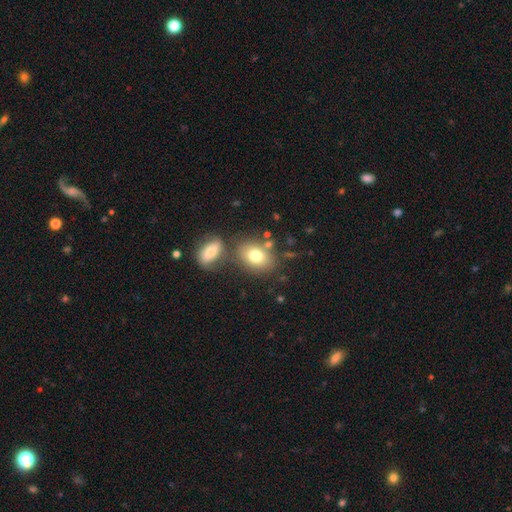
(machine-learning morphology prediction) smooth_or_featured: smooth (p=0.76) [alt: featured or disk p=0.15]
how_rounded: in between (p=0.70) [alt: round p=0.29]
merging: none (p=0.63) [alt: merger p=0.21]